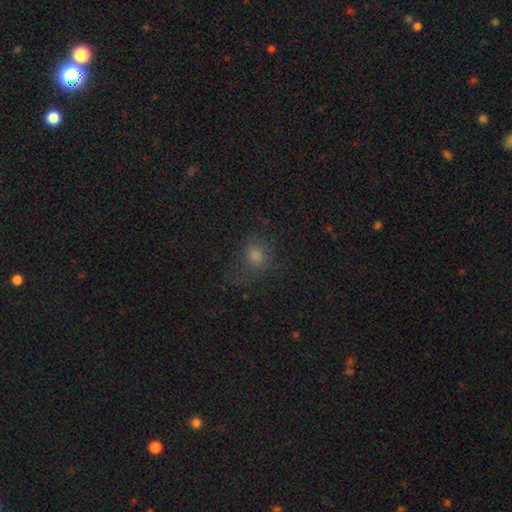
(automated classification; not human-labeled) Q: Smooth or featured?
A: smooth (66%); runner-up: star or artifact (23%)
Q: How rounded?
A: round (63%); runner-up: in between (35%)
Q: Merging?
A: none (63%); runner-up: minor disturbance (20%)